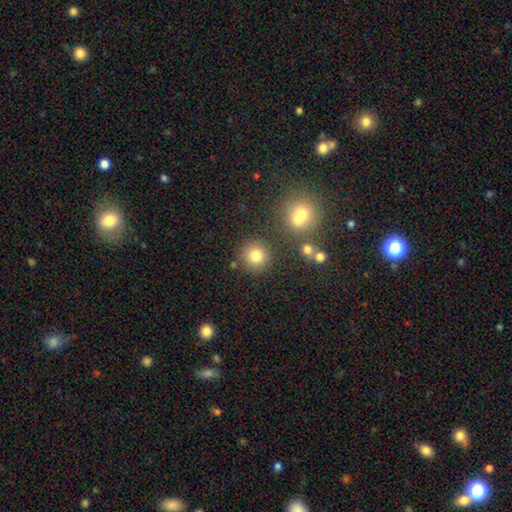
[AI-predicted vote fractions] Smooth or featured? Predicted: smooth (p=0.81). How rounded? Predicted: round (p=0.93). Merging? Predicted: none (p=0.82).